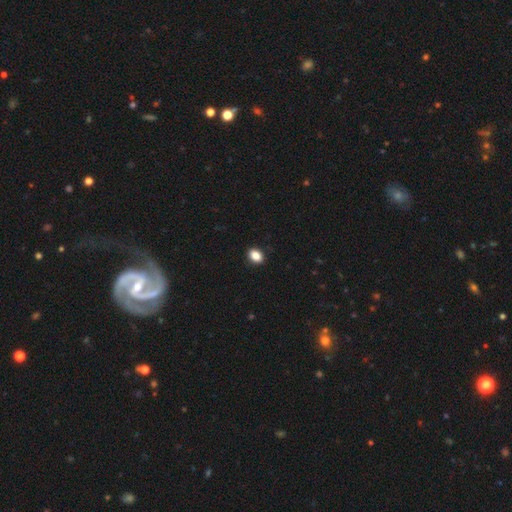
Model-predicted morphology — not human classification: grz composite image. It shows a smooth galaxy with no disk features (87%) that is in between round and cigar-shaped (74%). Merging: none (90%).